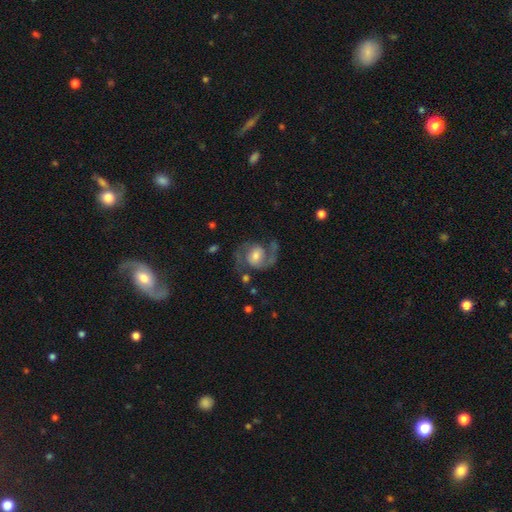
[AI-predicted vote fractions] Overall: featured or disk (86%). Edge-on disk: no (98%). Bar: no (46%; weak 41%). Spiral arms: yes (96%). Spiral arm count: 2 (92%). Spiral winding: medium (58%; loose 27%). Bulge size: moderate (52%; small 30%). Merging: none (72%).